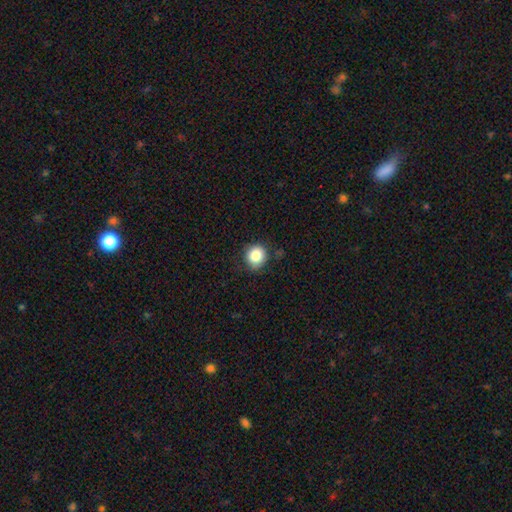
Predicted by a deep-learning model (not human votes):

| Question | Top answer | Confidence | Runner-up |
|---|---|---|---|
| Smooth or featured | smooth | 85% | star or artifact (10%) |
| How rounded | round | 89% | in between (10%) |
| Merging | none | 83% | minor disturbance (13%) |